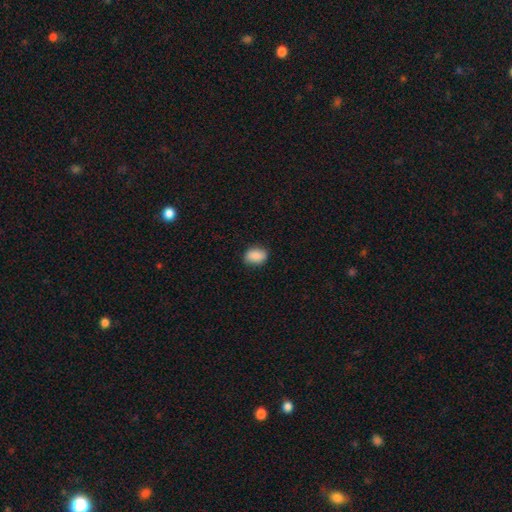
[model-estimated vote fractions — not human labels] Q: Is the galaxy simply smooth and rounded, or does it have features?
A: smooth — 87%.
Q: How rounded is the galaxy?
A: in between — 79%.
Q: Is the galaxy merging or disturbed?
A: none — 81%.